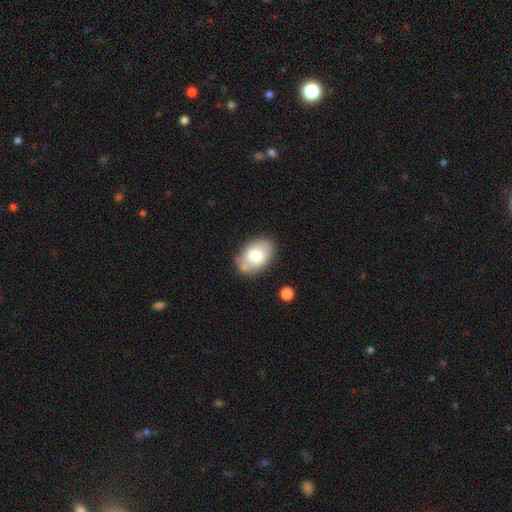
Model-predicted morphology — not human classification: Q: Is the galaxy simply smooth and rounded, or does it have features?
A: smooth — 74%.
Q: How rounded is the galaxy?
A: in between — 89%.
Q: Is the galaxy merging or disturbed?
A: none — 72%.